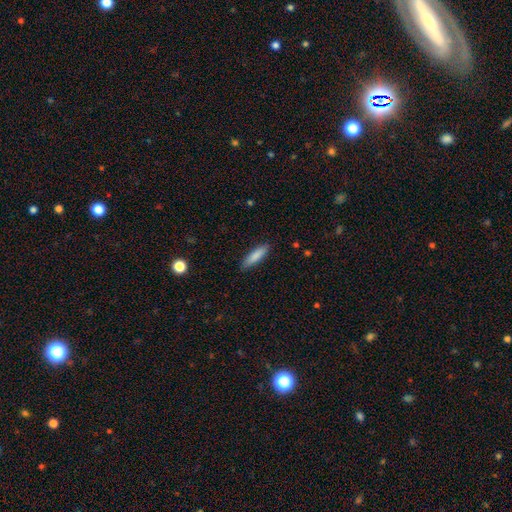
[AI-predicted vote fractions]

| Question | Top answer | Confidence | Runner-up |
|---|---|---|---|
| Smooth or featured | smooth | 85% | featured or disk (9%) |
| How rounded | cigar-shaped | 66% | in between (33%) |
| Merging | none | 86% | minor disturbance (11%) |